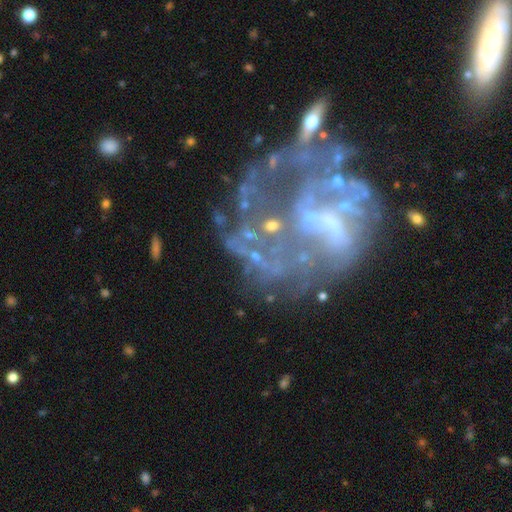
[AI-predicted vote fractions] Overall: featured or disk (76%). Edge-on disk: no (98%). Bar: no (59%; weak 29%). Spiral arms: no (57%; yes 43%). Bulge size: none (59%; small 23%). Merging: major disturbance (39%; none 33%).